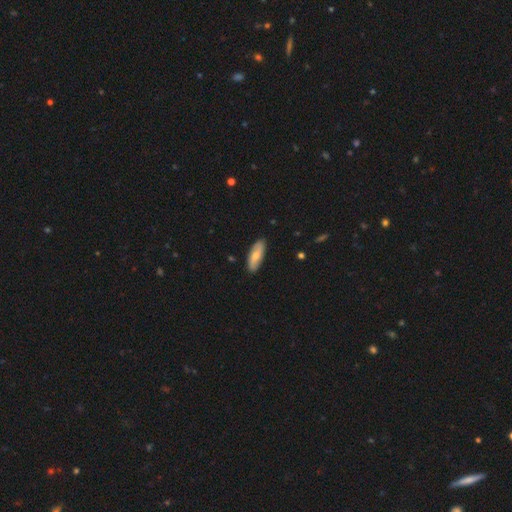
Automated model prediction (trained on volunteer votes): Smooth or featured? Predicted: smooth (p=0.66). How rounded? Predicted: in between (p=0.72). Merging? Predicted: none (p=0.88).